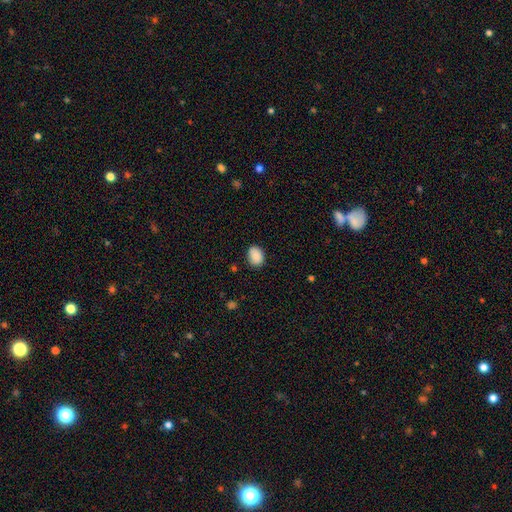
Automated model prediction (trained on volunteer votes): smooth_or_featured: smooth (p=0.89) [alt: star or artifact p=0.08]
how_rounded: in between (p=0.67) [alt: round p=0.32]
merging: none (p=0.79) [alt: minor disturbance p=0.16]